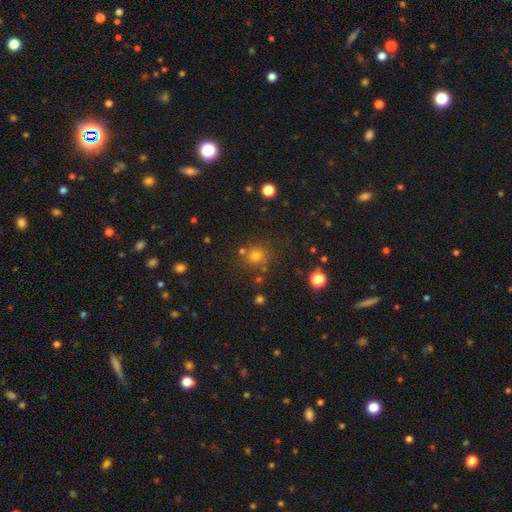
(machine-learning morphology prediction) Smooth or featured? smooth (71%)
How rounded? round (89%)
Merging? none (78%)